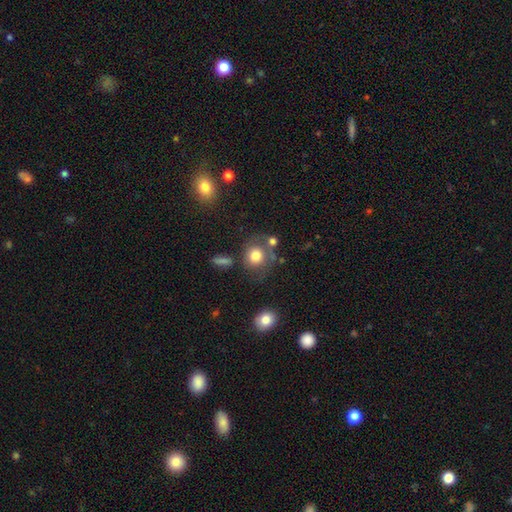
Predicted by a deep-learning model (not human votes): smooth_or_featured: smooth (p=0.77) [alt: featured or disk p=0.12]
how_rounded: round (p=0.78) [alt: in between p=0.21]
merging: none (p=0.57) [alt: minor disturbance p=0.18]